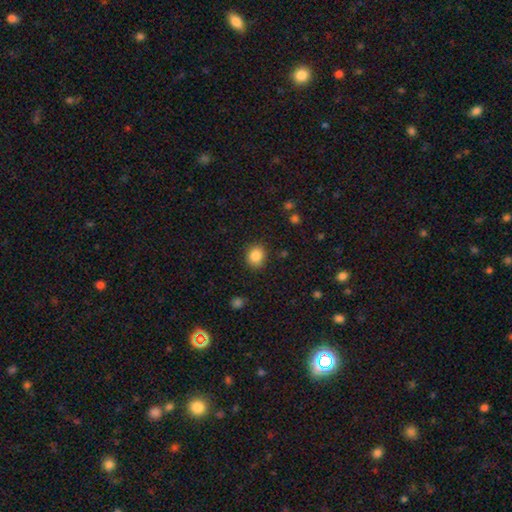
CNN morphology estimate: A smooth galaxy with no disk features (86%) that is round (70%).

Vote fractions:
- Smooth or featured? smooth: 86% / star or artifact: 10% / featured or disk: 5%
- How rounded? round: 70% / in between: 29% / cigar-shaped: 1%
- Merging? none: 86% / minor disturbance: 10% / major disturbance: 3% / merger: 1%